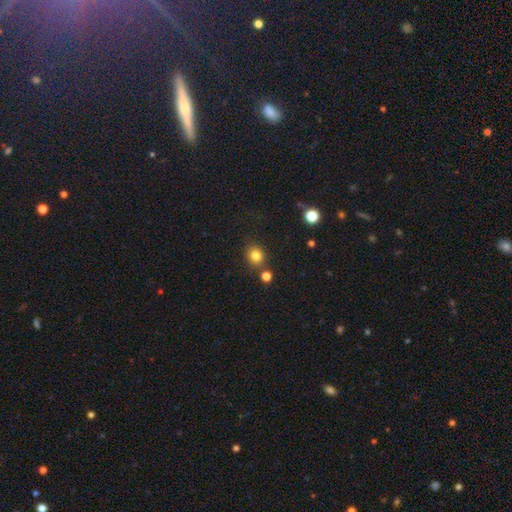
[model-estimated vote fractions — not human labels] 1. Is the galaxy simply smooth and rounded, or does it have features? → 81% smooth, 13% star or artifact, 6% featured or disk.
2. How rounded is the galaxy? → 79% round, 20% in between, 1% cigar-shaped.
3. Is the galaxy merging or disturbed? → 78% none, 10% minor disturbance, 9% merger, 3% major disturbance.